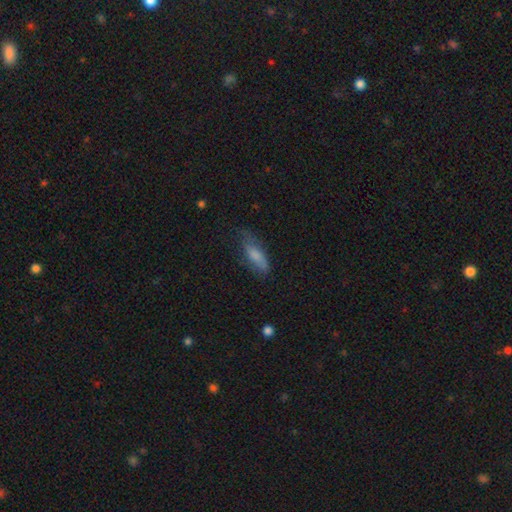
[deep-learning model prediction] A smooth galaxy with no disk features (72%) that is in between round and cigar-shaped (62%).

Vote fractions:
- Smooth or featured? smooth: 72% / featured or disk: 20% / star or artifact: 7%
- How rounded? in between: 62% / cigar-shaped: 36% / round: 2%
- Merging? none: 56% / minor disturbance: 30% / major disturbance: 12% / merger: 2%